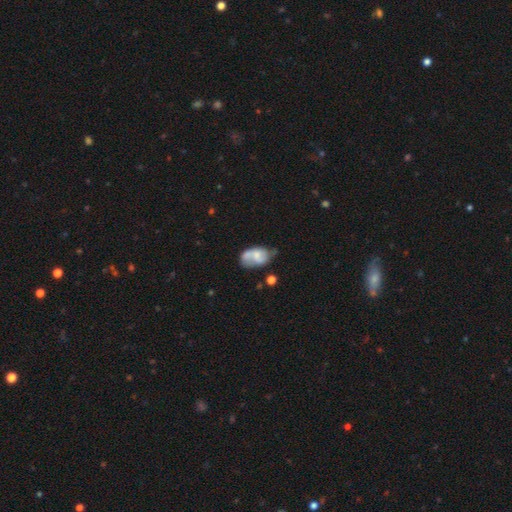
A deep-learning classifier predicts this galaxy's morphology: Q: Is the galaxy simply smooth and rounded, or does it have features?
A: featured or disk — 47%.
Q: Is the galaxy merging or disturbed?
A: none — 37%.